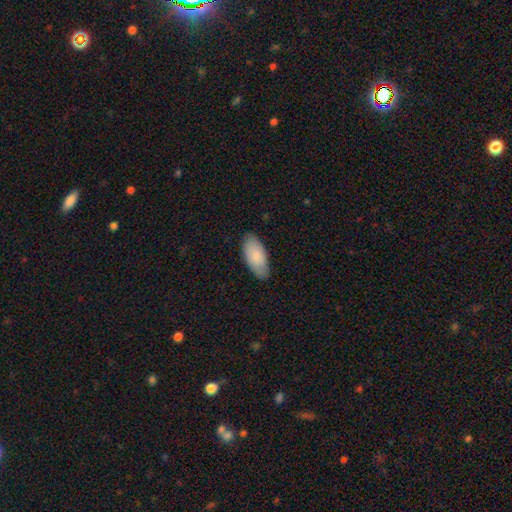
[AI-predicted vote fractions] Smooth or featured: smooth — 83% (featured or disk — 11%)
How rounded: in between — 92% (cigar-shaped — 6%)
Merging: none — 83% (minor disturbance — 14%)